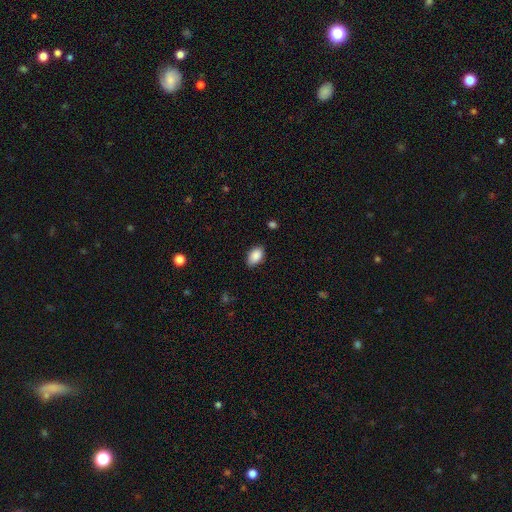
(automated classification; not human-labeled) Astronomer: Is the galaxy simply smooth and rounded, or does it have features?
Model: smooth — 89%.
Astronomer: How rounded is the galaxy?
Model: in between — 90%.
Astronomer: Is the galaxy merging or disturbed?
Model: none — 82%.